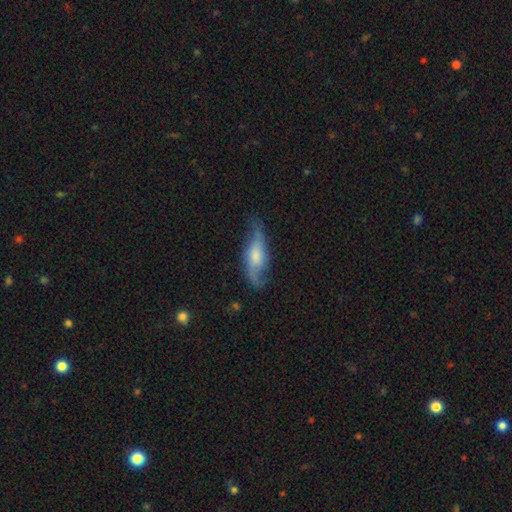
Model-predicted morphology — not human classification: This appears to be a featured or disk galaxy (67%) with no bar (58%), spiral arms (92%) and a moderate central bulge (43%). Merging: none (66%).